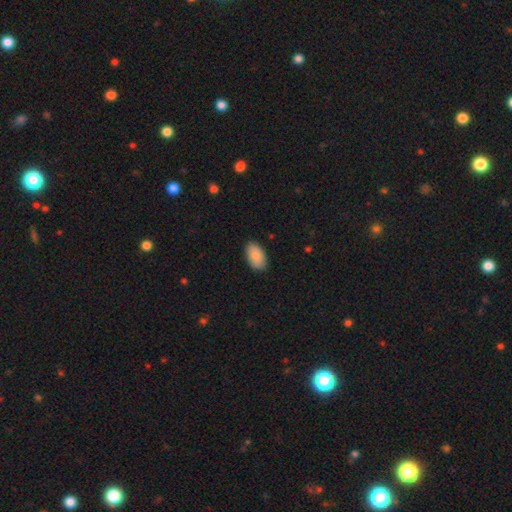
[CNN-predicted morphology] Smooth or featured? Predicted: smooth (p=0.88). How rounded? Predicted: in between (p=0.95). Merging? Predicted: none (p=0.87).